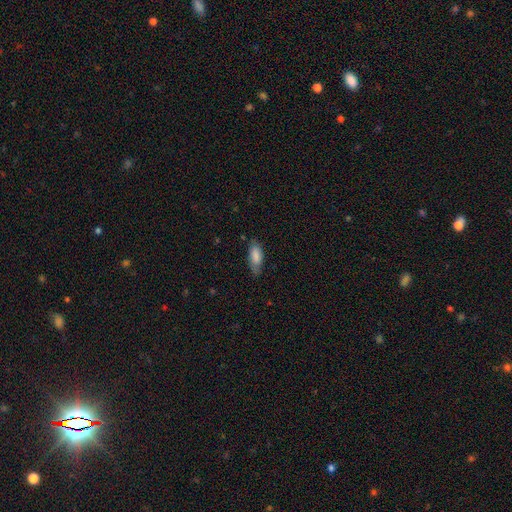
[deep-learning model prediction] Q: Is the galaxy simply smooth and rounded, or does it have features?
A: smooth — 82%.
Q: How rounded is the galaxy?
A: in between — 71%.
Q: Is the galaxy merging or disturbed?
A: none — 71%.